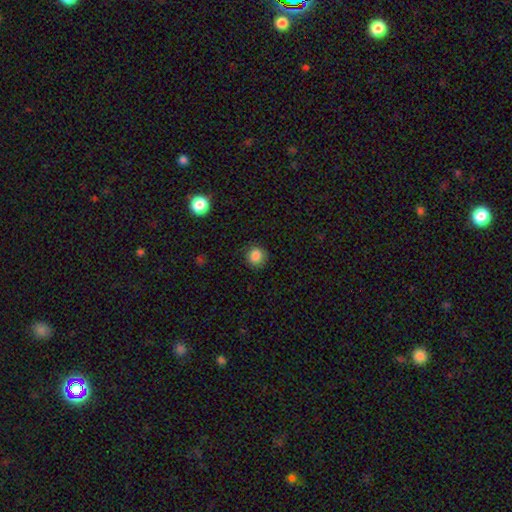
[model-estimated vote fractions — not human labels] The model was most divided on "smooth or featured": smooth: 86%, star or artifact: 10%, featured or disk: 4%. More confident: how rounded — round (93%); merging — none (89%).